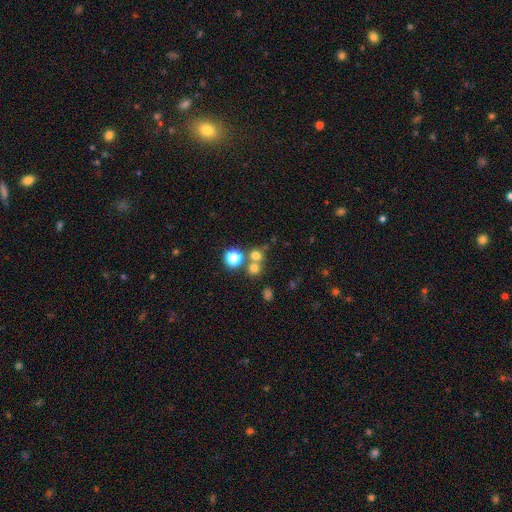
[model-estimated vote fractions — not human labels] Overall: smooth (66%). How rounded: round (88%). Merging: none (56%; merger 33%).